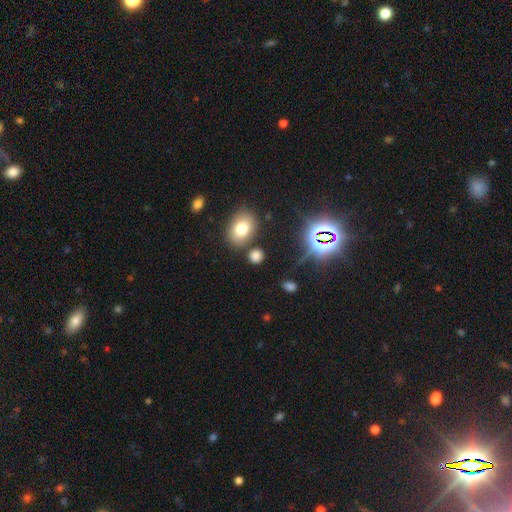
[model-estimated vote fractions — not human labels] smooth 70%, star or artifact 23%, featured or disk 8%. Down the decision tree: how rounded — round (62%); merging — none (77%).